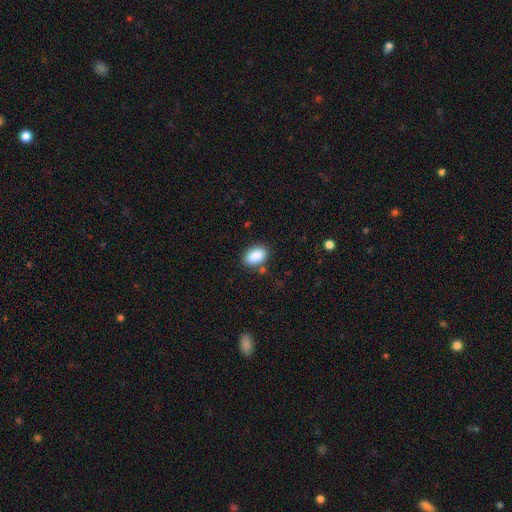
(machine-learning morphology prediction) smooth-or-featured: smooth: 89% | star or artifact: 7% | featured or disk: 4%
  how-rounded: in between: 89% | round: 9% | cigar-shaped: 1%
  merging: none: 80% | minor disturbance: 13% | merger: 4% | major disturbance: 3%